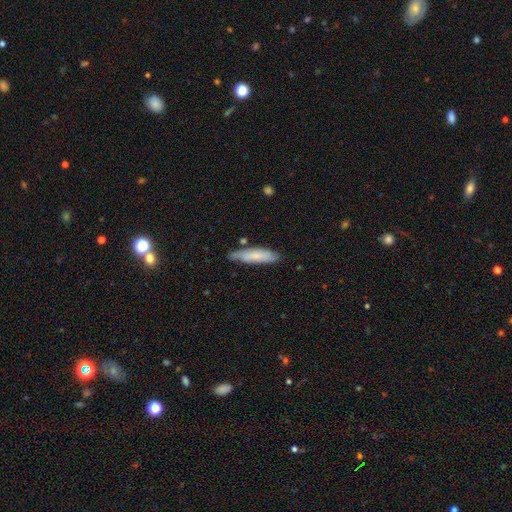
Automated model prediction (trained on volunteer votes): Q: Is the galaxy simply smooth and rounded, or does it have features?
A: smooth — 72%.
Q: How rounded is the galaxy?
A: cigar-shaped — 76%.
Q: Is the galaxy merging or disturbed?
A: none — 75%.